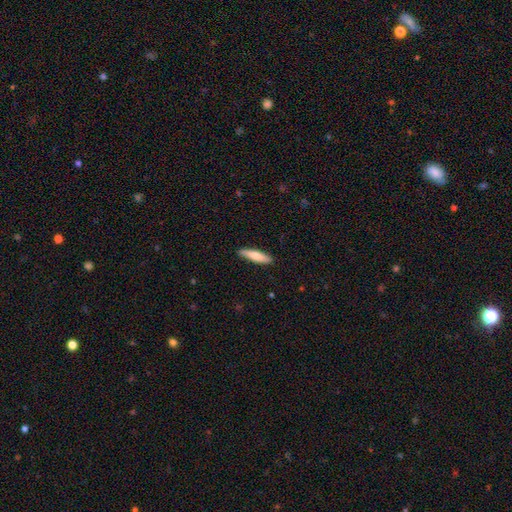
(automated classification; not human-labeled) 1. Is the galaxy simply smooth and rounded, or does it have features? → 74% smooth, 21% featured or disk, 5% star or artifact.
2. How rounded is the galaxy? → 77% cigar-shaped, 21% in between, 1% round.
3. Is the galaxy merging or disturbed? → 87% none, 10% minor disturbance, 2% major disturbance, 1% merger.